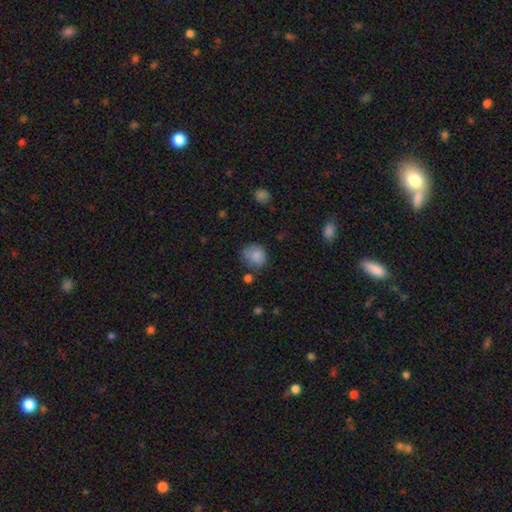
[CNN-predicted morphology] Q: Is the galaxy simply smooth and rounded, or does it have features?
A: smooth — 85%.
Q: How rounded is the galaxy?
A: round — 78%.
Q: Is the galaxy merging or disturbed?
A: none — 69%.